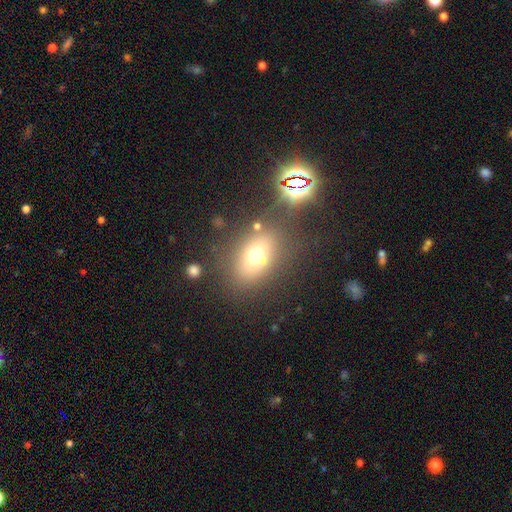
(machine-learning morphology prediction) smooth_or_featured: smooth (p=0.66) [alt: star or artifact p=0.17]
how_rounded: in between (p=0.72) [alt: round p=0.26]
merging: none (p=0.74) [alt: minor disturbance p=0.13]